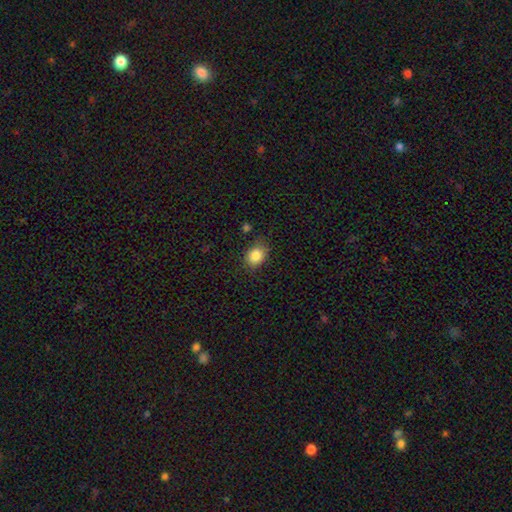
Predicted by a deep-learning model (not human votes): This is clearly a smooth galaxy (85%). How rounded: possibly in between (52%). Merging: likely none (79%).